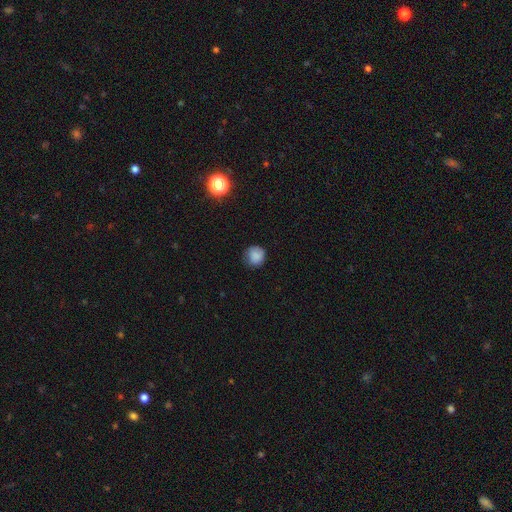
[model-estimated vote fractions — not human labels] Smooth or featured? smooth (82%)
How rounded? round (85%)
Merging? none (71%)